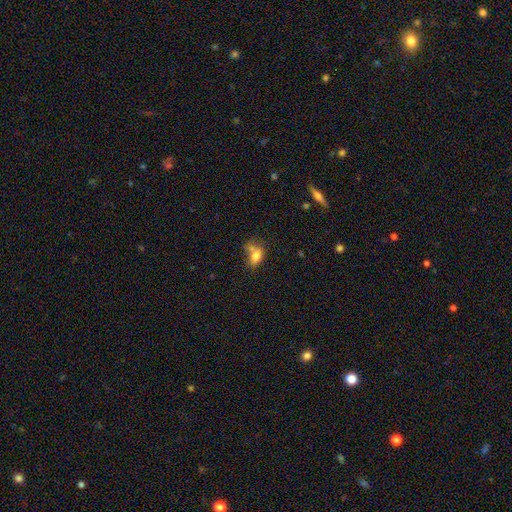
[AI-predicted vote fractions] A smooth galaxy with no disk features (76%) that is in between round and cigar-shaped (79%). Merging: merger (37%).